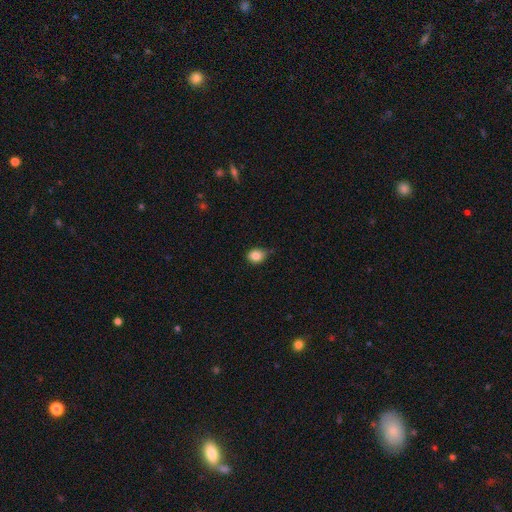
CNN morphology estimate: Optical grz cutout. It shows a smooth galaxy with no disk features (84%) that is round (66%). Merging: none (67%).